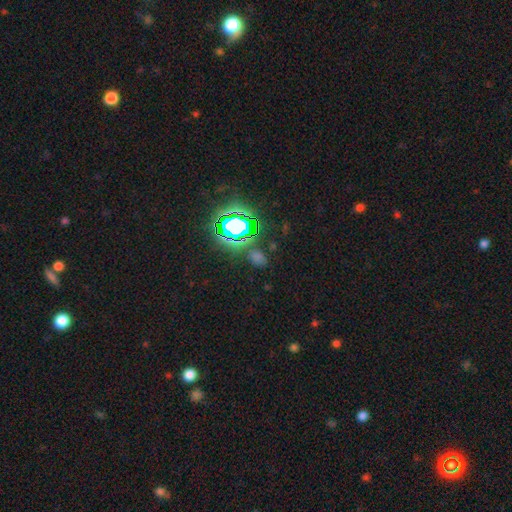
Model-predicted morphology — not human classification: A star or artifact, not a galaxy (68%).